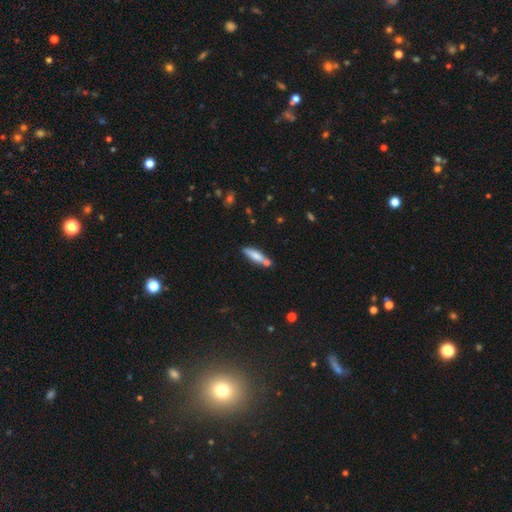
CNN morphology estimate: Smooth or featured?
  - smooth: 71% *
  - featured or disk: 23%
  - star or artifact: 7%
How rounded?
  - cigar-shaped: 72% *
  - in between: 27%
  - round: 2%
Merging?
  - none: 66% *
  - merger: 16%
  - minor disturbance: 15%
  - major disturbance: 3%